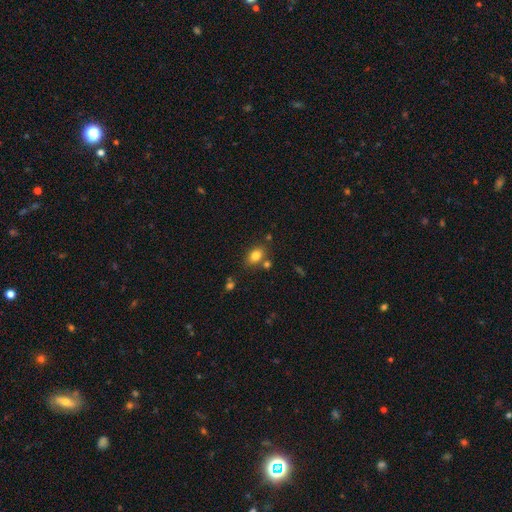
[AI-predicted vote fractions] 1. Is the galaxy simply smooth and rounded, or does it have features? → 81% smooth, 11% star or artifact, 9% featured or disk.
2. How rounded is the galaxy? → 74% in between, 25% round, 1% cigar-shaped.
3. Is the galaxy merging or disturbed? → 72% none, 13% minor disturbance, 11% merger, 4% major disturbance.